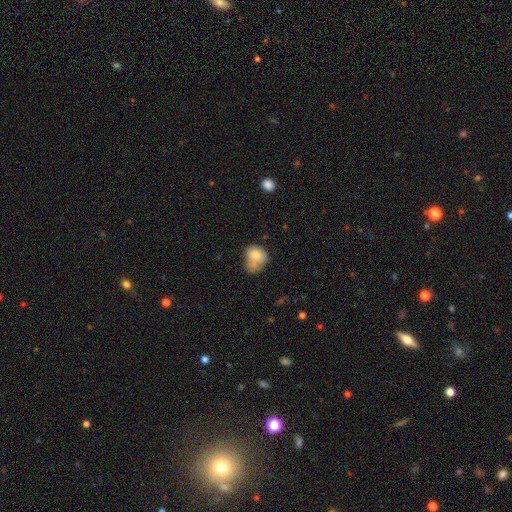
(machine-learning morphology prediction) This is likely a smooth galaxy (75%). How rounded: possibly in between (50%). Merging: marginally minor disturbance (35%).